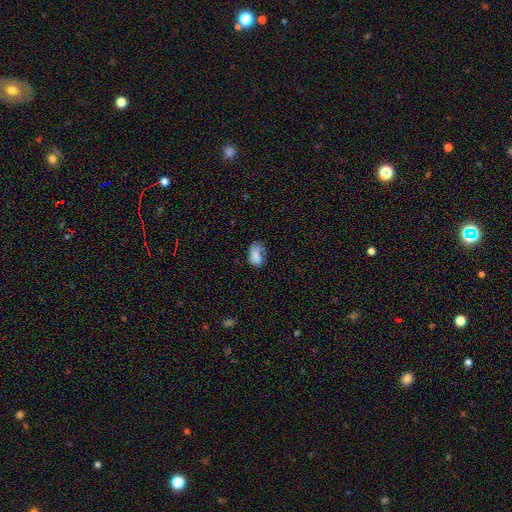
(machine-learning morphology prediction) type=smooth (74%); roundness=in between (87%); merging=none (43%).